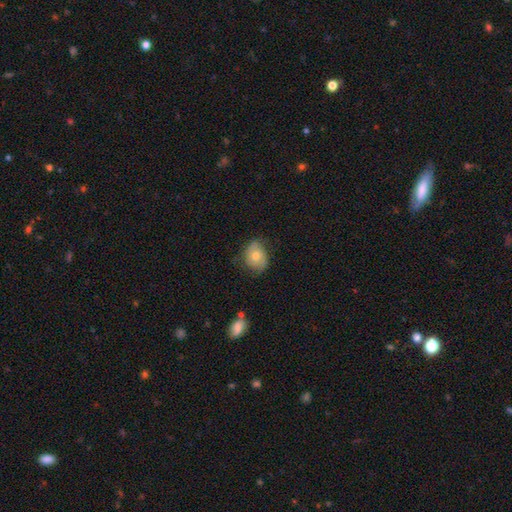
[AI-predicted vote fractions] smooth-or-featured: smooth: 57% | featured or disk: 36% | star or artifact: 8%
  how-rounded: in between: 56% | round: 43% | cigar-shaped: 1%
  merging: none: 65% | minor disturbance: 26% | major disturbance: 8% | merger: 1%